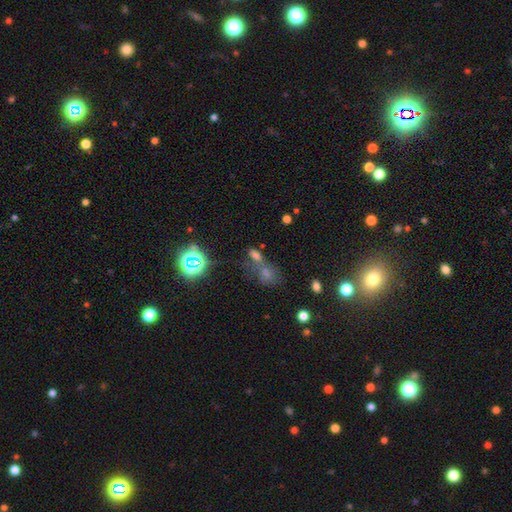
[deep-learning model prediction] Smooth or featured: smooth — 55% (star or artifact — 34%)
How rounded: in between — 75% (round — 15%)
Merging: merger — 47% (none — 34%)